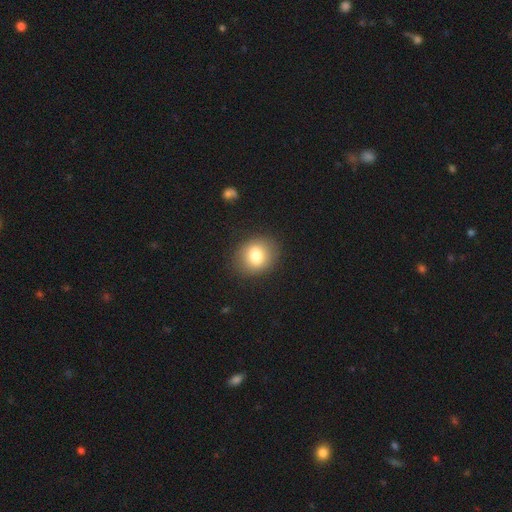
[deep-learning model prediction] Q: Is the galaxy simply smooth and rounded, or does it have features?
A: smooth — 77%.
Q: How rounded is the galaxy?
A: round — 64%.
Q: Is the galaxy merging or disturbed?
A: none — 86%.